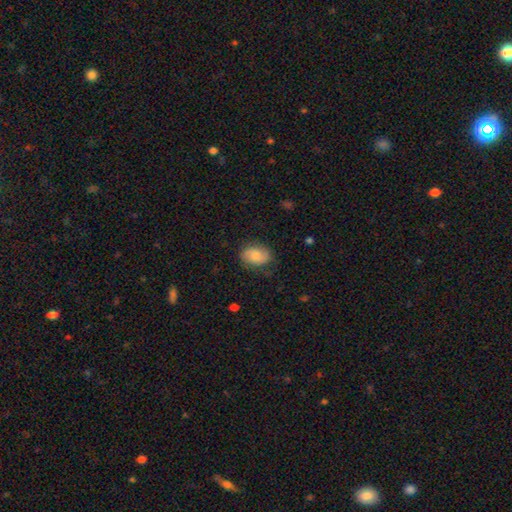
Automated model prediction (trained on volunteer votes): Smooth or featured? smooth (69%)
How rounded? in between (78%)
Merging? none (74%)